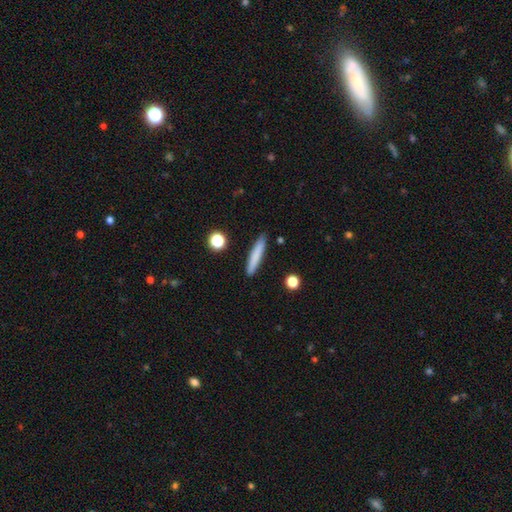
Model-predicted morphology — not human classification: A smooth galaxy with no disk features (78%) that is cigar-shaped (93%).

Vote fractions:
- Smooth or featured? smooth: 78% / featured or disk: 15% / star or artifact: 7%
- How rounded? cigar-shaped: 93% / in between: 6% / round: 1%
- Merging? none: 90% / minor disturbance: 7% / major disturbance: 2% / merger: 2%